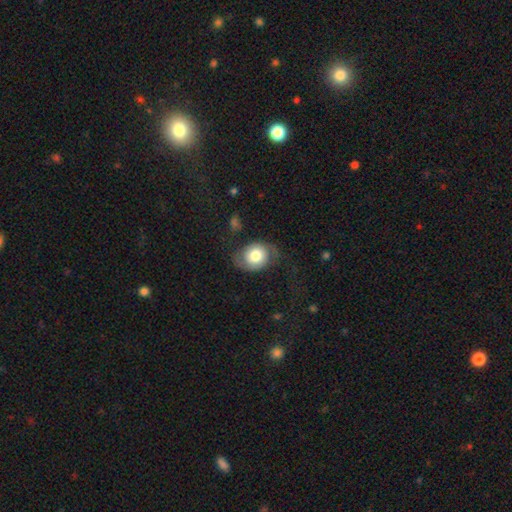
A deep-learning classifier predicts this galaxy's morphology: Smooth or featured?
  - smooth: 57% *
  - featured or disk: 36%
  - star or artifact: 7%
How rounded?
  - round: 56% *
  - in between: 43%
  - cigar-shaped: 1%
Merging?
  - none: 56% *
  - minor disturbance: 24%
  - major disturbance: 18%
  - merger: 2%